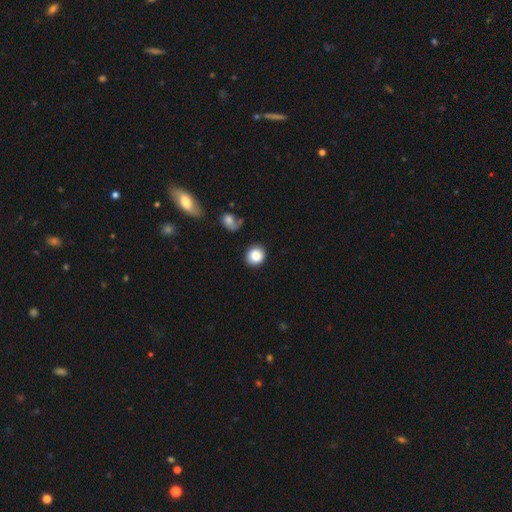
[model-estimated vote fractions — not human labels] Overall: smooth (86%). How rounded: round (86%). Merging: none (83%).